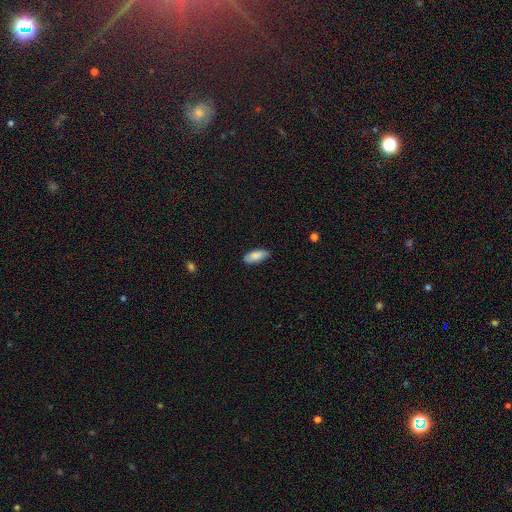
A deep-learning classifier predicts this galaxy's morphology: Overall: smooth (84%). How rounded: in between (80%). Merging: none (78%).